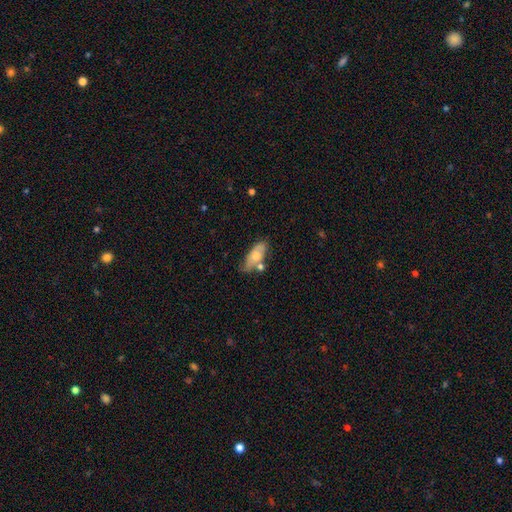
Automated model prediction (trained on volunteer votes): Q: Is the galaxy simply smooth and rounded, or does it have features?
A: smooth — 62%.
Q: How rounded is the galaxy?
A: in between — 81%.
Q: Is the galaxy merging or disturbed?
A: none — 50%.